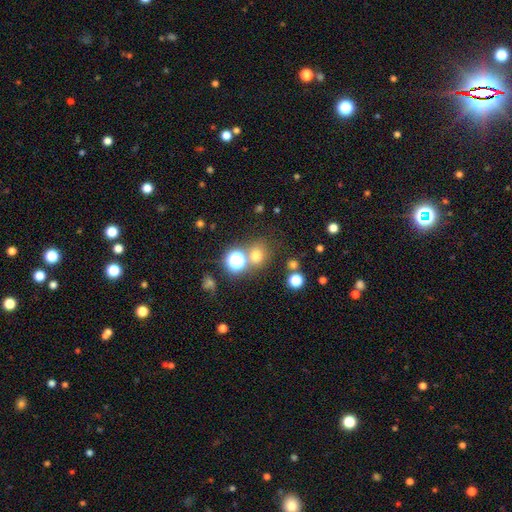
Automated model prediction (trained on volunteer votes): smooth-or-featured: smooth: 66% | star or artifact: 26% | featured or disk: 8%
  how-rounded: round: 83% | in between: 16% | cigar-shaped: 1%
  merging: none: 70% | merger: 16% | minor disturbance: 10% | major disturbance: 5%